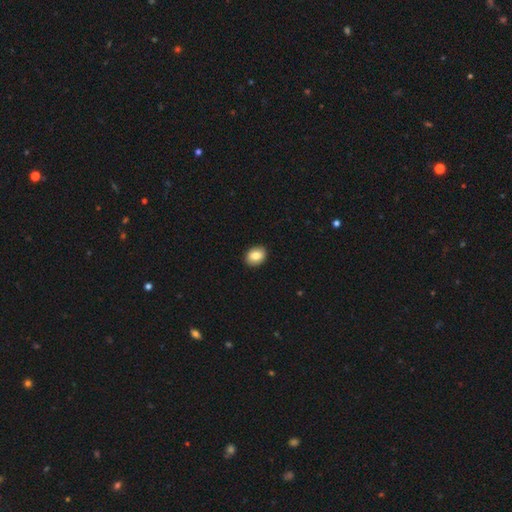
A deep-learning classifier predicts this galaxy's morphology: type=smooth (84%); roundness=in between (62%); merging=none (91%).